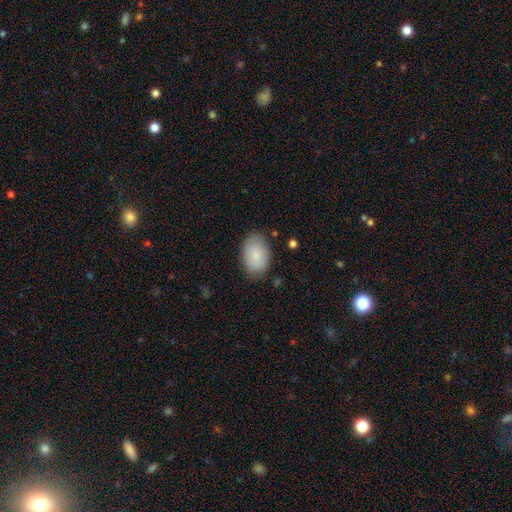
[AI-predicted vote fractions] A smooth galaxy with no disk features (84%) that is in between round and cigar-shaped (90%).

Vote fractions:
- Smooth or featured? smooth: 84% / featured or disk: 10% / star or artifact: 6%
- How rounded? in between: 90% / round: 9% / cigar-shaped: 1%
- Merging? none: 80% / minor disturbance: 15% / major disturbance: 3% / merger: 1%